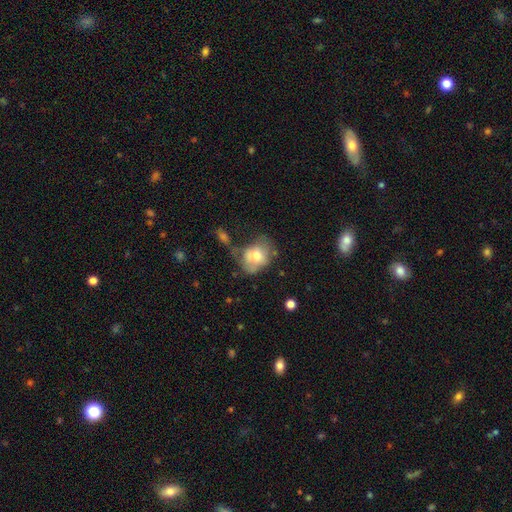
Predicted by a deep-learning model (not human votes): Smooth or featured? Predicted: smooth (p=0.63). How rounded? Predicted: in between (p=0.57). Merging? Predicted: none (p=0.34).